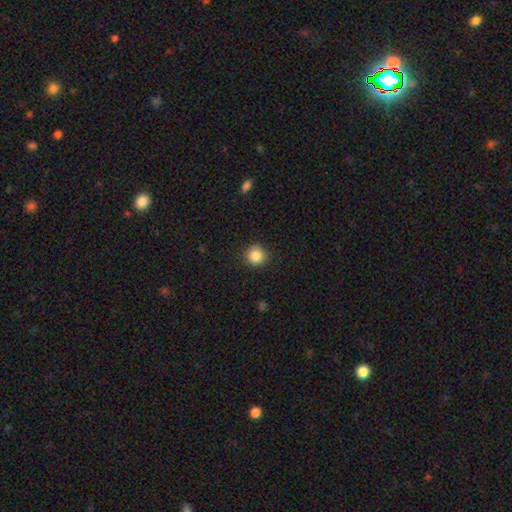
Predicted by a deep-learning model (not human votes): A smooth galaxy with no disk features (86%) that is round (93%).

Vote fractions:
- Smooth or featured? smooth: 86% / star or artifact: 10% / featured or disk: 4%
- How rounded? round: 93% / in between: 6% / cigar-shaped: 1%
- Merging? none: 89% / minor disturbance: 8% / major disturbance: 2% / merger: 1%